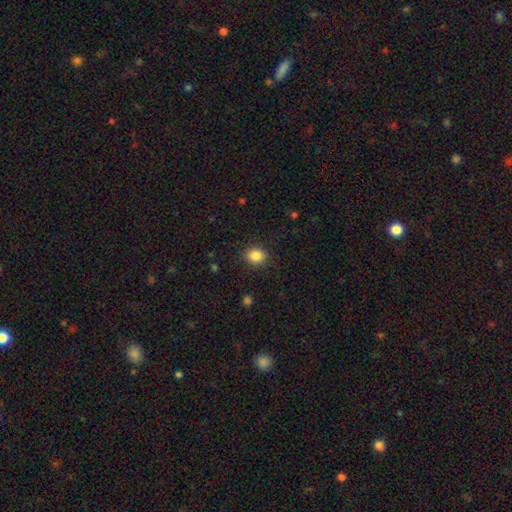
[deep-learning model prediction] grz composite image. It shows a smooth galaxy with no disk features (86%) that is round (68%). Merging: none (89%).